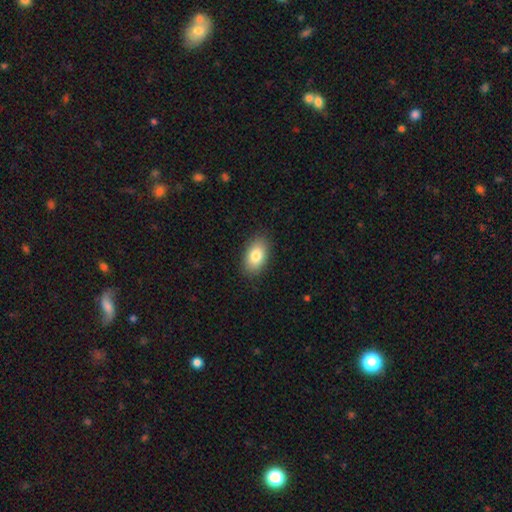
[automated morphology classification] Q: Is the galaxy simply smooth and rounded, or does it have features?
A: smooth — 82%.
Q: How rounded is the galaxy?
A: in between — 92%.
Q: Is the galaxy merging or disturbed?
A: none — 88%.